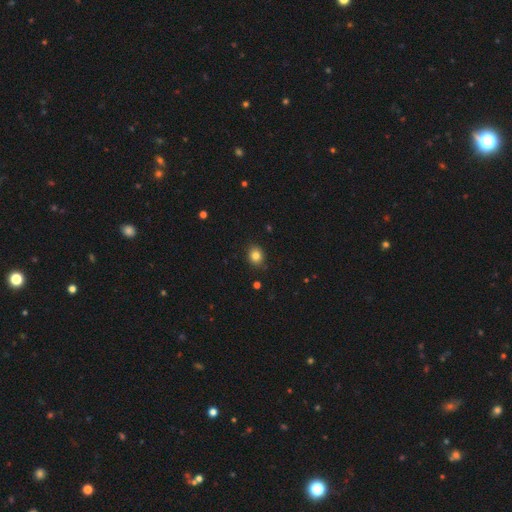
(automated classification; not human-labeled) Morphology: type=smooth (83%); roundness=round (63%); merging=none (86%).